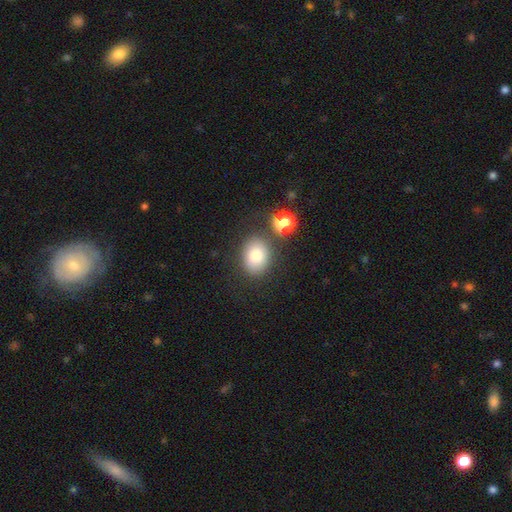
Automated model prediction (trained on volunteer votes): Smooth or featured? Predicted: smooth (p=0.78). How rounded? Predicted: in between (p=0.55). Merging? Predicted: none (p=0.78).